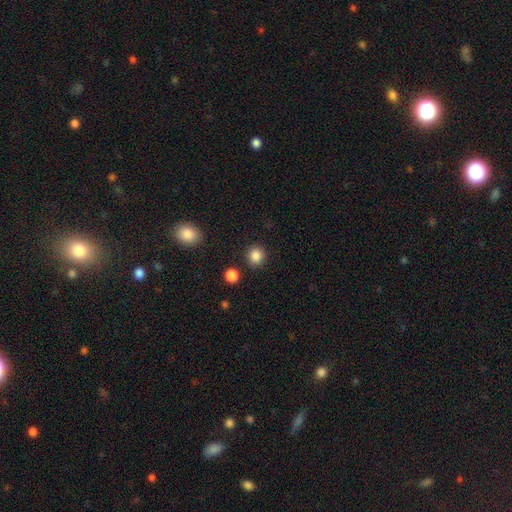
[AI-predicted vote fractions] smooth_or_featured: smooth (p=0.86) [alt: star or artifact p=0.11]
how_rounded: round (p=0.91) [alt: in between p=0.08]
merging: none (p=0.89) [alt: minor disturbance p=0.06]